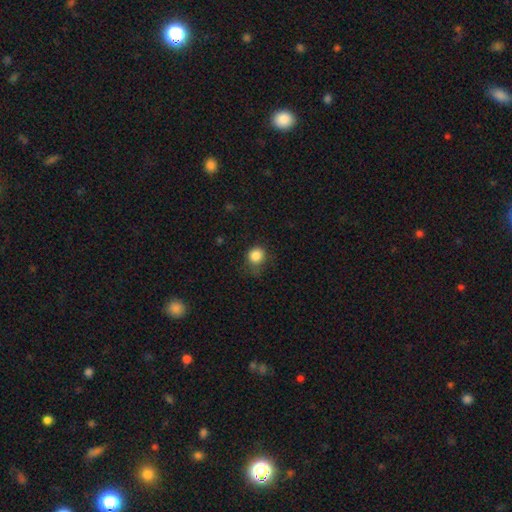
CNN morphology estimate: Q: Smooth or featured?
A: smooth (85%); runner-up: star or artifact (11%)
Q: How rounded?
A: round (81%); runner-up: in between (18%)
Q: Merging?
A: none (62%); runner-up: minor disturbance (26%)